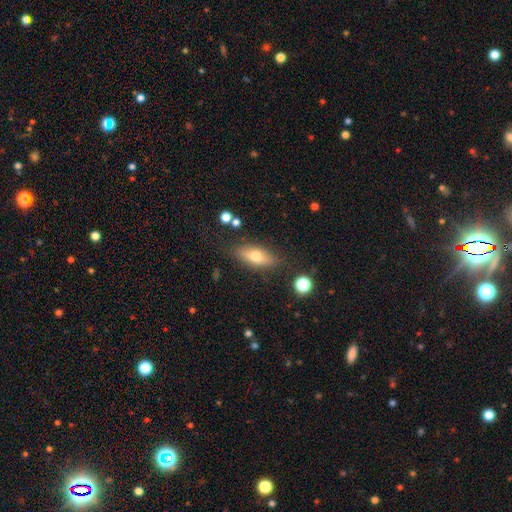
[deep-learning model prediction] smooth-or-featured: smooth: 59% | featured or disk: 33% | star or artifact: 8%
  how-rounded: in between: 64% | cigar-shaped: 32% | round: 4%
  merging: none: 80% | minor disturbance: 13% | major disturbance: 4% | merger: 3%